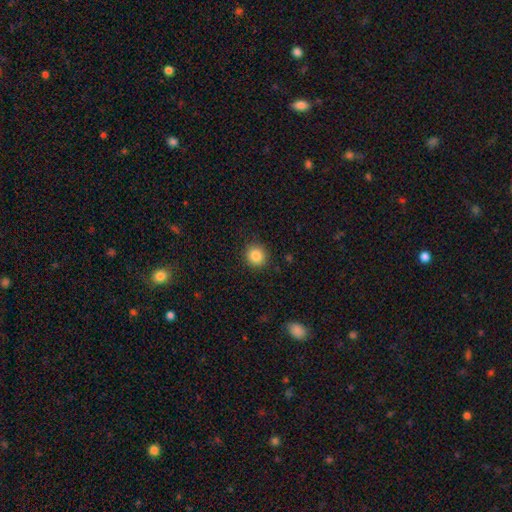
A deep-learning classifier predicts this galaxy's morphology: Overall: smooth (85%). How rounded: round (89%). Merging: none (91%).